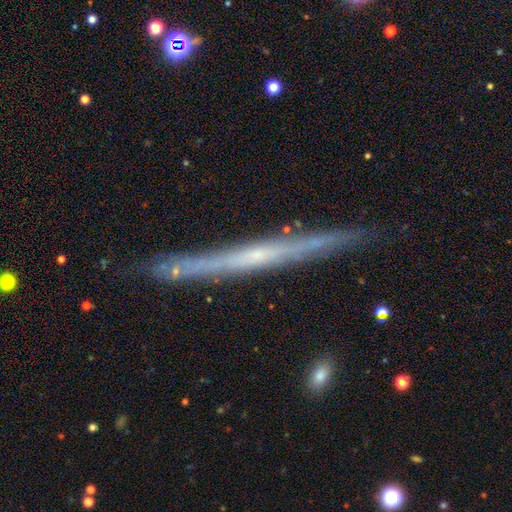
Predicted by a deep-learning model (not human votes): Overall: featured or disk (73%). Edge-on disk: yes (97%). Edge-on bulge: none (72%). Merging: none (88%).